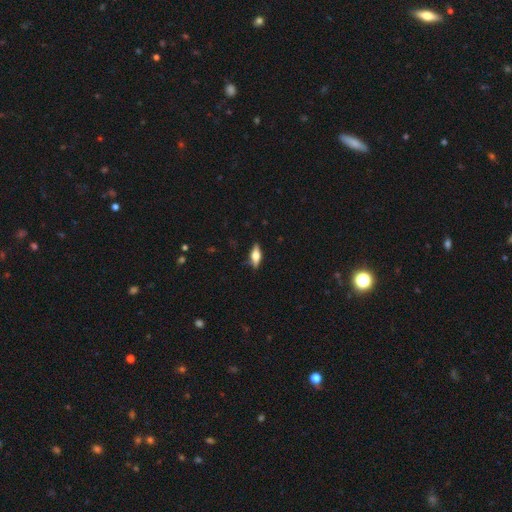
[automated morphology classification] This is possibly a featured or disk galaxy (49%). Merging: clearly none (85%).